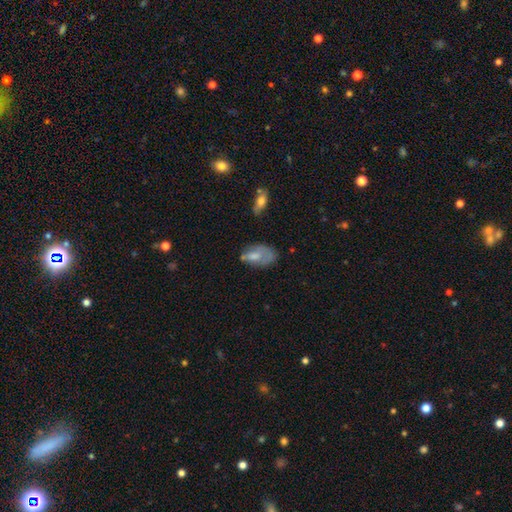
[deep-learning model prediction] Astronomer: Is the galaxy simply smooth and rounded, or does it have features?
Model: smooth — 61%.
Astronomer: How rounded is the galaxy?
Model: in between — 90%.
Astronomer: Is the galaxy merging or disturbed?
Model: none — 39% (runner-up: minor disturbance, 32%).